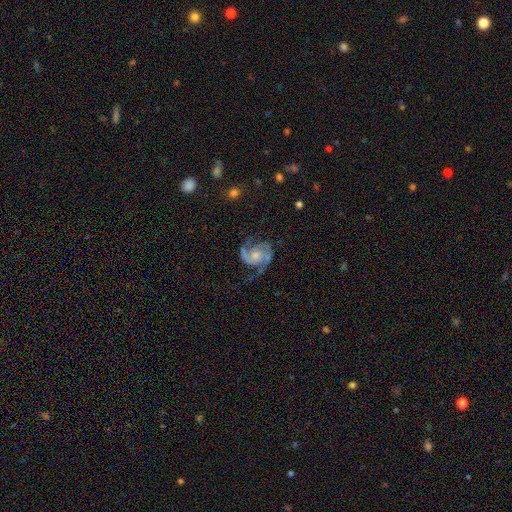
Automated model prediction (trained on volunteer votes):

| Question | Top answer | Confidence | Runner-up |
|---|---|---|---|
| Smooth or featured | featured or disk | 91% | star or artifact (5%) |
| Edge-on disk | no | 98% | yes (2%) |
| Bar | no | 69% | weak (25%) |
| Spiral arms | yes | 98% | no (2%) |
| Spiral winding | medium | 55% | tight (31%) |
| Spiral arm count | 2 | 90% | 3 (3%) |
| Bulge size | small | 46% | moderate (41%) |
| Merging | none | 68% | minor disturbance (18%) |